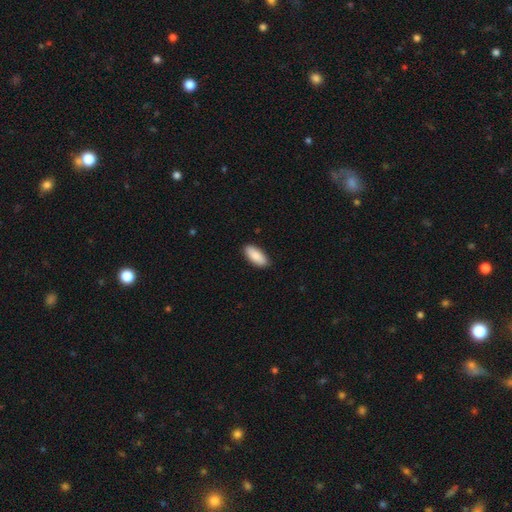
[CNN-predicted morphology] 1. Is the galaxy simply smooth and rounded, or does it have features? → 87% smooth, 7% featured or disk, 6% star or artifact.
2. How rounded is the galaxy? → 87% in between, 11% cigar-shaped, 2% round.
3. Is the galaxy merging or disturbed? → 89% none, 9% minor disturbance, 2% major disturbance, 1% merger.